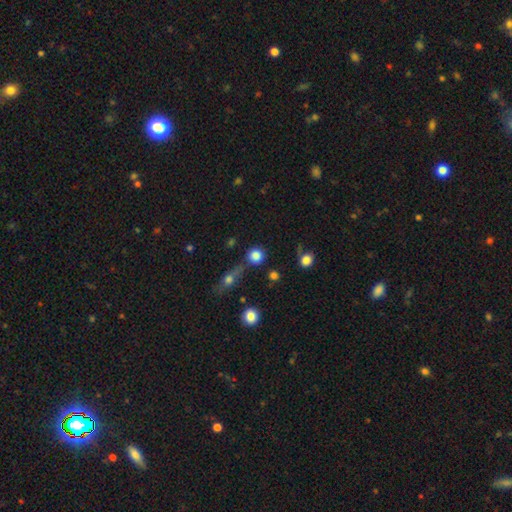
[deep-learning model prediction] This is clearly a smooth galaxy (82%). How rounded: clearly round (91%). Merging: likely none (73%).